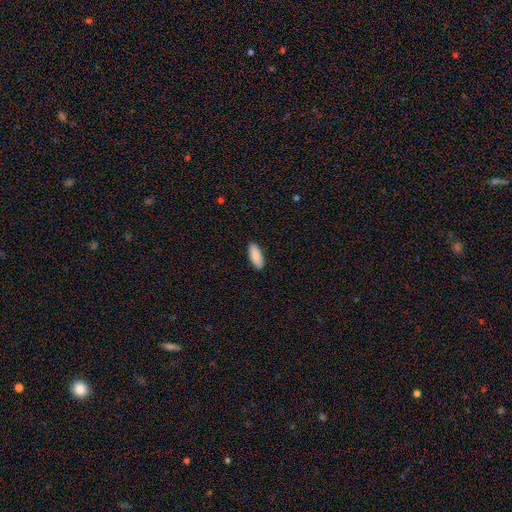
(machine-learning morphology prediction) A smooth galaxy with no disk features (89%) that is in between round and cigar-shaped (78%).

Vote fractions:
- Smooth or featured? smooth: 89% / star or artifact: 6% / featured or disk: 5%
- How rounded? in between: 78% / cigar-shaped: 20% / round: 2%
- Merging? none: 90% / minor disturbance: 8% / major disturbance: 2% / merger: 1%